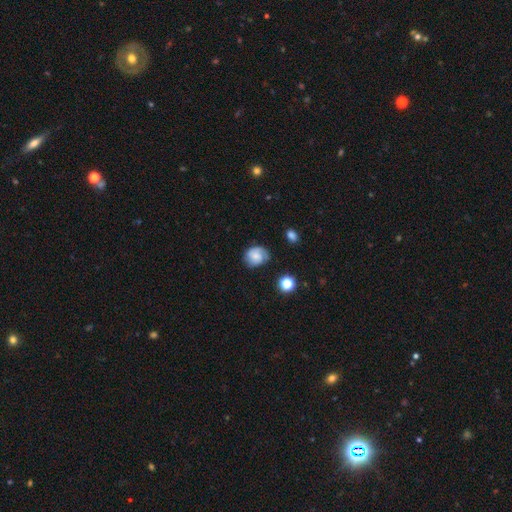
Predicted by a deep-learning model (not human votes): This is possibly a smooth galaxy (48%). Merging: likely none (66%).